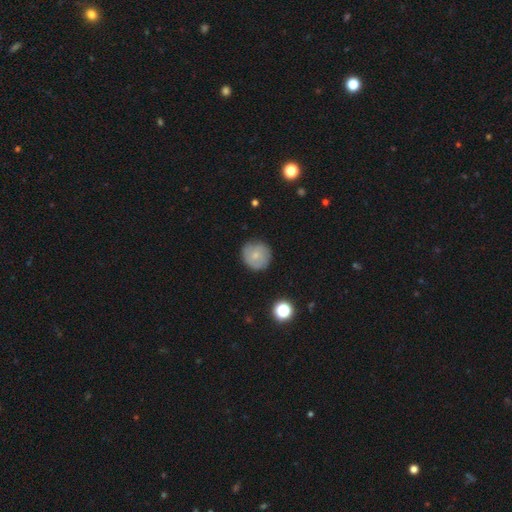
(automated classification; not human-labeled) smooth-or-featured: smooth: 70% | featured or disk: 21% | star or artifact: 9%
  how-rounded: round: 93% | in between: 6% | cigar-shaped: 1%
  merging: none: 83% | minor disturbance: 13% | major disturbance: 3% | merger: 1%